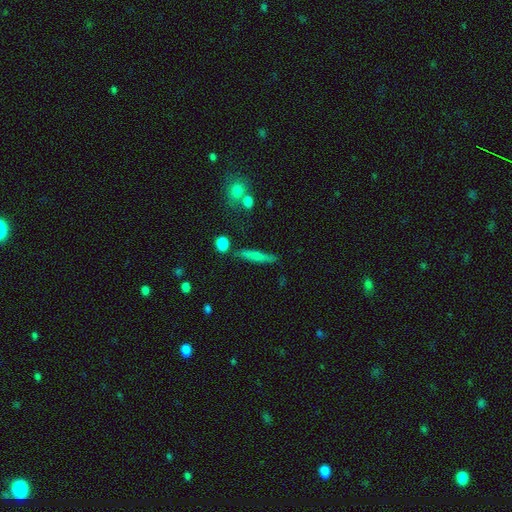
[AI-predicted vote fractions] Smooth or featured: smooth — 60% (featured or disk — 32%)
How rounded: cigar-shaped — 89% (in between — 8%)
Merging: none — 79% (minor disturbance — 13%)